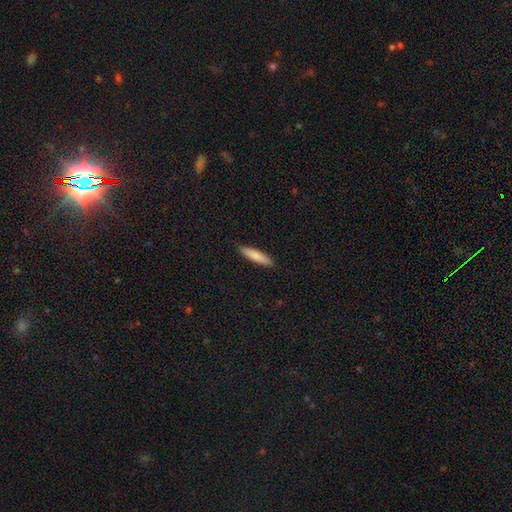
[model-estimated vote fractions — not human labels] This is clearly a smooth galaxy (82%). How rounded: clearly cigar-shaped (84%). Merging: clearly none (91%).